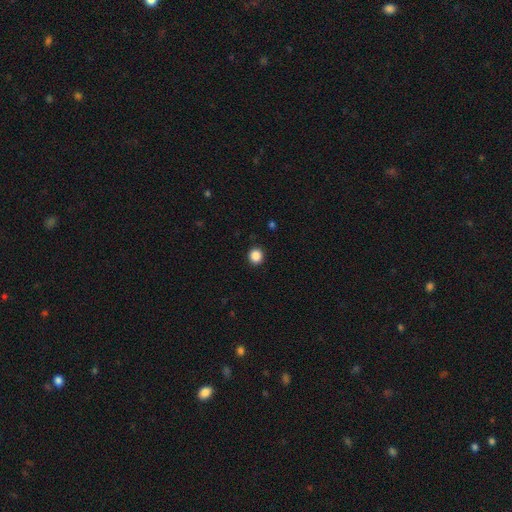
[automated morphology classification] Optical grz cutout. It shows a smooth galaxy with no disk features (88%) that is round (89%). Merging: none (93%).